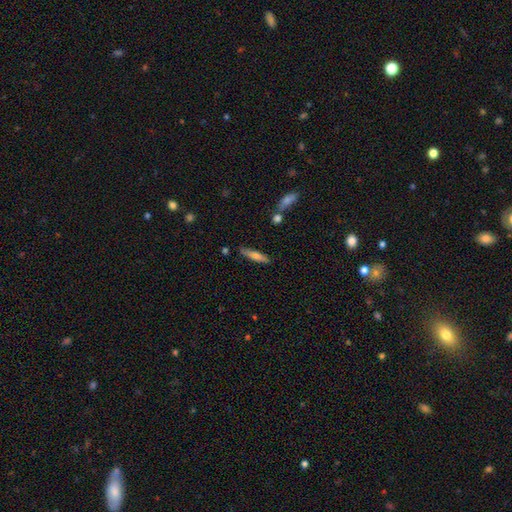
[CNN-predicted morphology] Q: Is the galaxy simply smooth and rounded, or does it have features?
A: smooth — 55%.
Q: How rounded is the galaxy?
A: cigar-shaped — 83%.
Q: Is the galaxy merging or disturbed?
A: none — 80%.